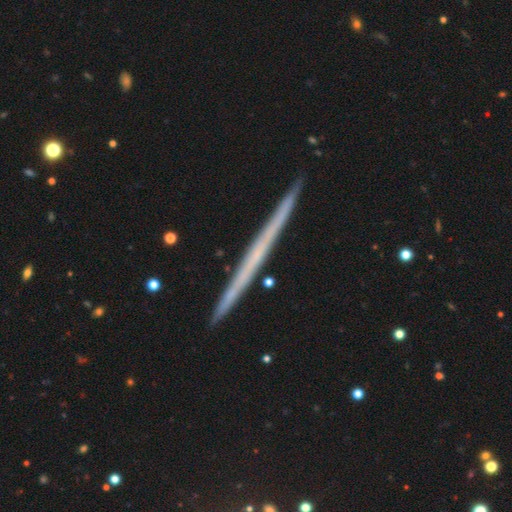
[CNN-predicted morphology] The model was most divided on "smooth or featured": featured or disk: 67%, smooth: 25%, star or artifact: 8%. More confident: edge-on disk — yes (97%); merging — none (91%); edge-on bulge — none (91%).